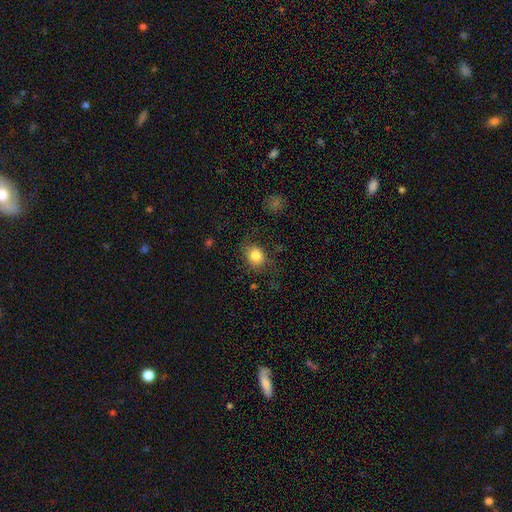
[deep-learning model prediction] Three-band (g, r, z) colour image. It shows a smooth galaxy with no disk features (81%) that is round (60%). Merging: none (70%).